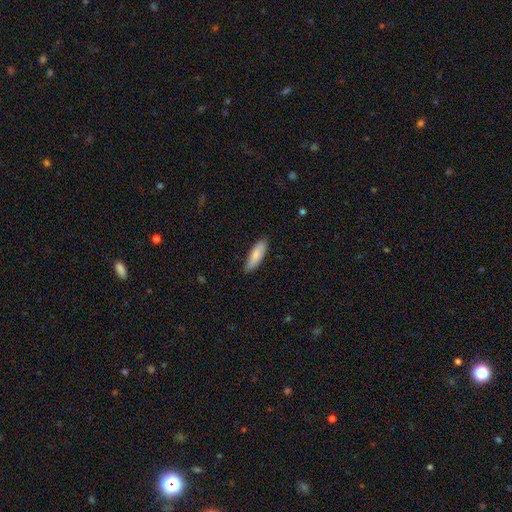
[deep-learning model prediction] A smooth galaxy with no disk features (83%) that is in between round and cigar-shaped (52%).

Vote fractions:
- Smooth or featured? smooth: 83% / featured or disk: 11% / star or artifact: 5%
- How rounded? in between: 52% / cigar-shaped: 46% / round: 2%
- Merging? none: 83% / minor disturbance: 14% / major disturbance: 2% / merger: 1%